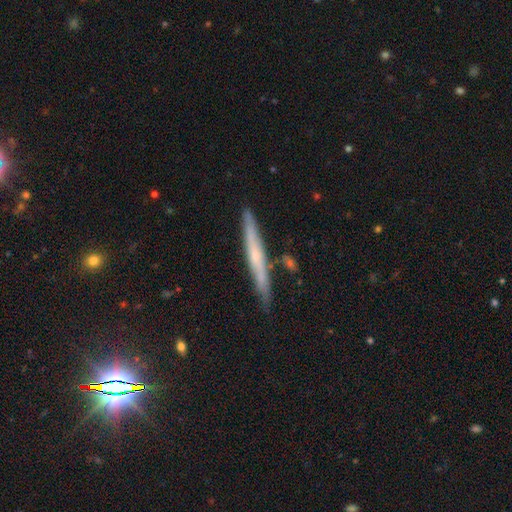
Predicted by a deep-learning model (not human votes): smooth_or_featured: featured or disk (p=0.57) [alt: smooth p=0.36]
disk_edge_on: yes (p=0.94) [alt: no p=0.06]
edge_on_bulge: none (p=0.54) [alt: rounded p=0.42]
merging: none (p=0.84) [alt: minor disturbance p=0.11]